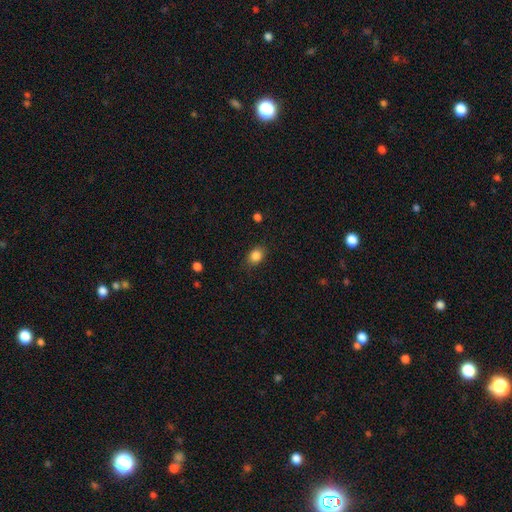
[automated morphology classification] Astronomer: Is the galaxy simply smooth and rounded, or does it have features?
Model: smooth — 86%.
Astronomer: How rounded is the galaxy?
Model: in between — 58% (runner-up: round, 41%).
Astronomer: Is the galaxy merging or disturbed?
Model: none — 83%.